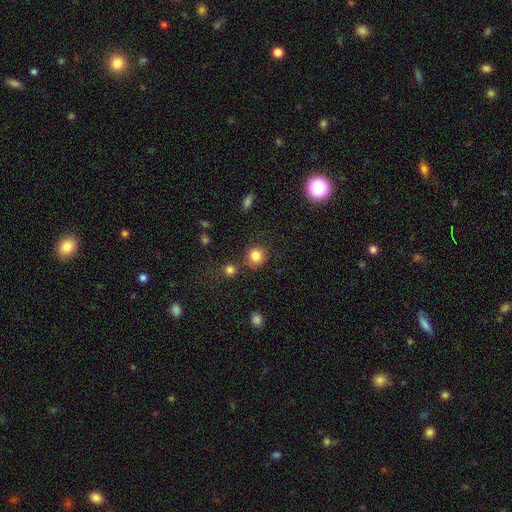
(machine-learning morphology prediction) Smooth or featured? Predicted: smooth (p=0.84). How rounded? Predicted: round (p=0.91). Merging? Predicted: none (p=0.77).